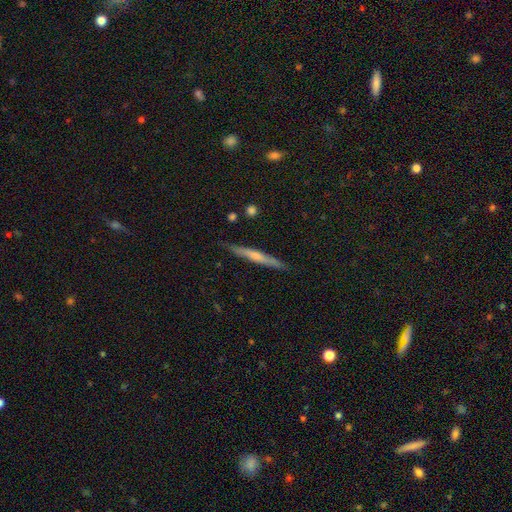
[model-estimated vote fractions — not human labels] Smooth or featured?
  - featured or disk: 56% *
  - smooth: 37%
  - star or artifact: 7%
Edge-on disk?
  - yes: 96% *
  - no: 4%
Edge-on bulge?
  - rounded: 53% *
  - none: 41%
  - boxy: 6%
Merging?
  - none: 89% *
  - minor disturbance: 9%
  - major disturbance: 2%
  - merger: 1%